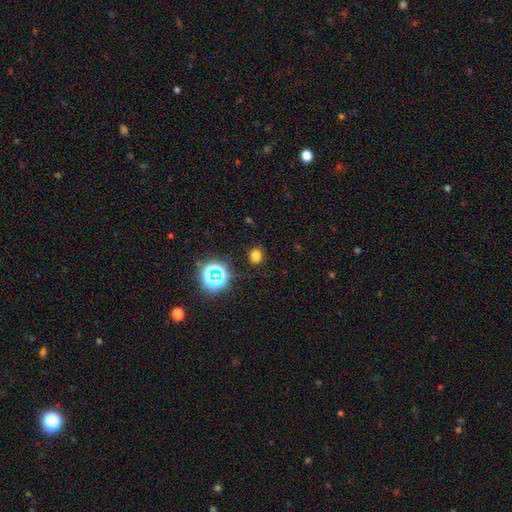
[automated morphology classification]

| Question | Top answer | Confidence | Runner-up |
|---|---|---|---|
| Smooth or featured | smooth | 73% | star or artifact (22%) |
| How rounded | round | 69% | in between (30%) |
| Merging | none | 87% | minor disturbance (8%) |